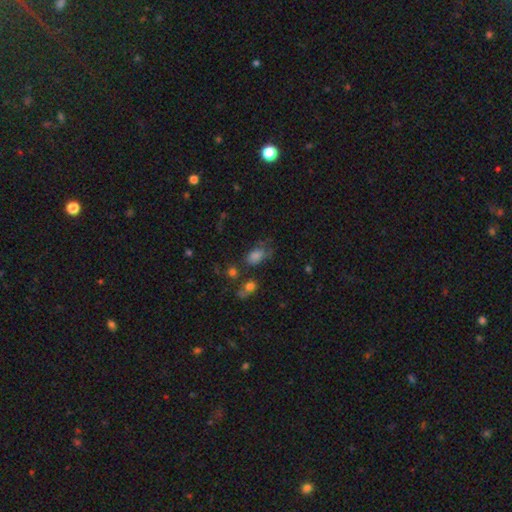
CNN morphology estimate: Smooth or featured? Predicted: smooth (p=0.70). How rounded? Predicted: in between (p=0.82). Merging? Predicted: none (p=0.47).